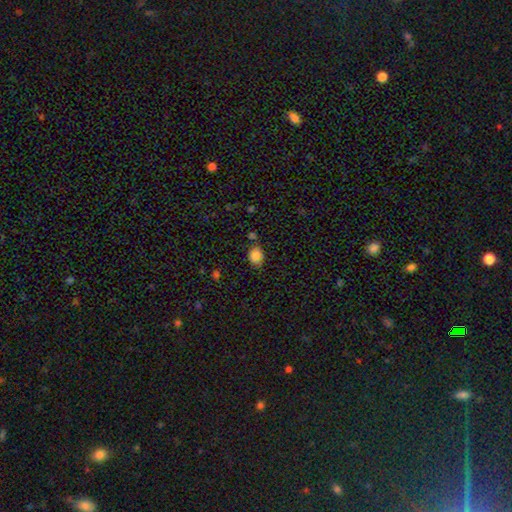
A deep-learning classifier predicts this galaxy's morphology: smooth-or-featured: smooth: 83% | star or artifact: 10% | featured or disk: 7%
  how-rounded: in between: 52% | round: 47% | cigar-shaped: 1%
  merging: none: 70% | minor disturbance: 20% | merger: 6% | major disturbance: 4%